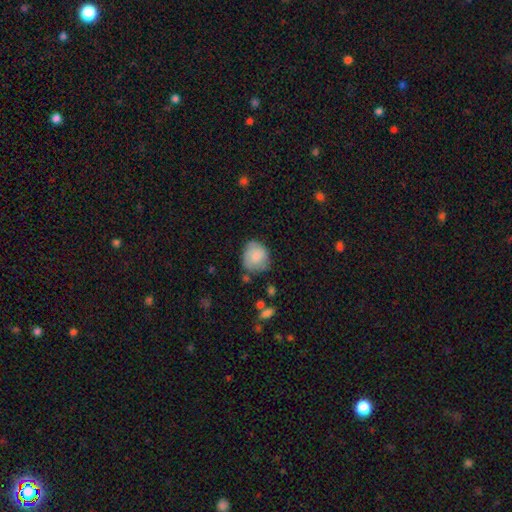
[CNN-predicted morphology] A smooth galaxy with no disk features (80%) that is round (70%).

Vote fractions:
- Smooth or featured? smooth: 80% / featured or disk: 13% / star or artifact: 7%
- How rounded? round: 70% / in between: 29% / cigar-shaped: 1%
- Merging? none: 62% / minor disturbance: 28% / major disturbance: 7% / merger: 4%